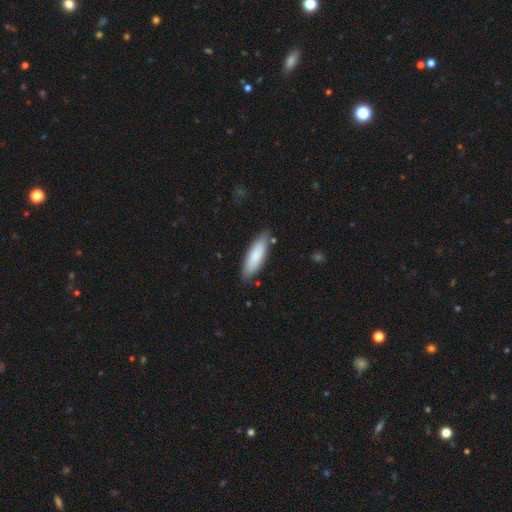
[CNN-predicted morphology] This is clearly a smooth galaxy (82%). How rounded: possibly cigar-shaped (54%). Merging: clearly none (81%).